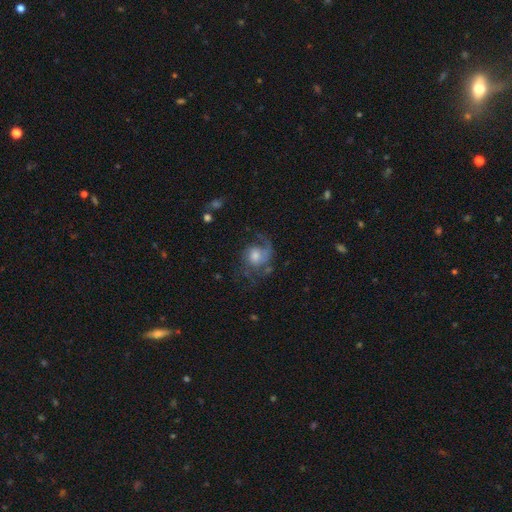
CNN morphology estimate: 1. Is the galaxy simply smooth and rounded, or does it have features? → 70% featured or disk, 22% smooth, 9% star or artifact.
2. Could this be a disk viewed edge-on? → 97% no, 3% yes.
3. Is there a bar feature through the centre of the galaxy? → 70% no, 26% weak, 4% strong.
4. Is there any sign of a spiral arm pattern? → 89% yes, 11% no.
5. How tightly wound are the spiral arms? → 43% medium, 36% loose, 21% tight.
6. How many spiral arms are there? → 44% 1, 36% 2, 12% can't tell, 4% 3, 2% 4, 2% more than 4.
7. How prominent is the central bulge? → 51% moderate, 22% small, 20% large, 5% none, 2% dominant.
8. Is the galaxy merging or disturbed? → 51% none, 27% major disturbance, 19% minor disturbance, 3% merger.